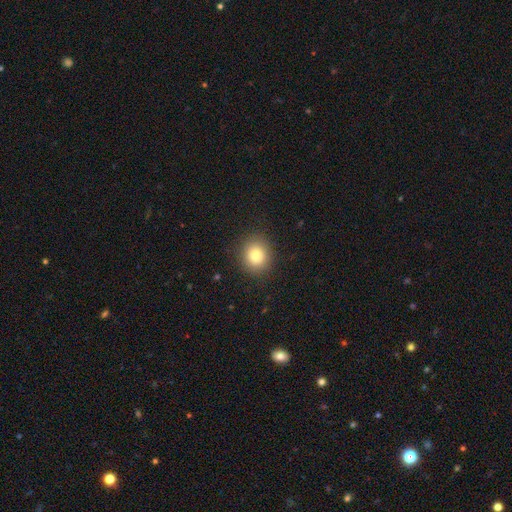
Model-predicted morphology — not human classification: This appears to be a smooth galaxy with no disk features (80%) that is round (80%). Merging: none (89%).